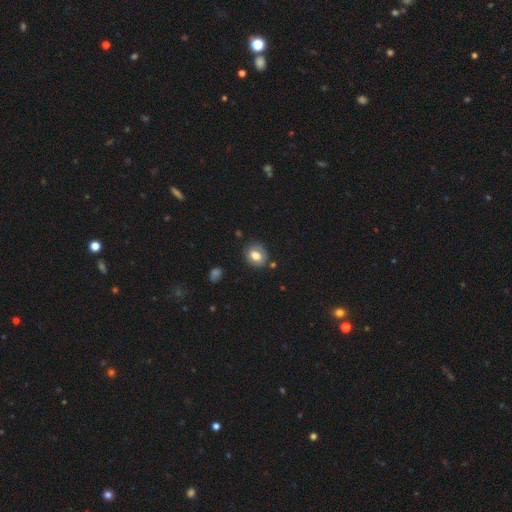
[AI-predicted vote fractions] Smooth or featured?
  - smooth: 74% *
  - featured or disk: 17%
  - star or artifact: 9%
How rounded?
  - round: 56% *
  - in between: 43%
  - cigar-shaped: 1%
Merging?
  - none: 77% *
  - minor disturbance: 15%
  - major disturbance: 4%
  - merger: 4%